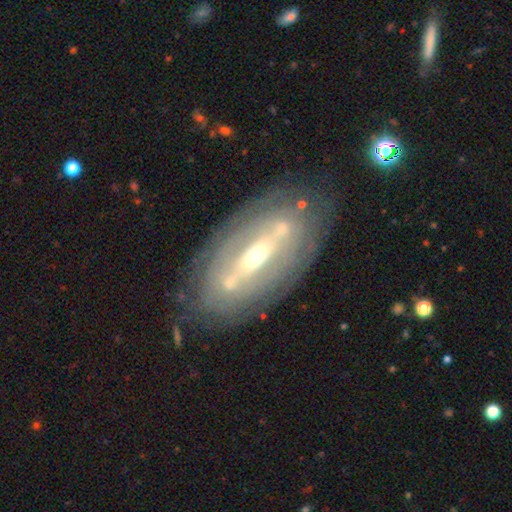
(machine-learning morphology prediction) featured or disk 78%, smooth 15%, star or artifact 7%. Down the decision tree: edge-on disk — no (83%); bar — strong (49%); spiral arms — no (50%, tied with yes); bulge size — moderate (58%); merging — none (77%).